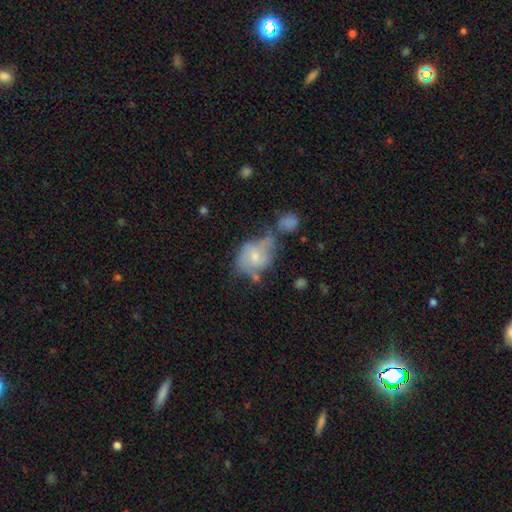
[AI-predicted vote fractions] Smooth or featured? Predicted: featured or disk (p=0.47). Merging? Predicted: none (p=0.31).